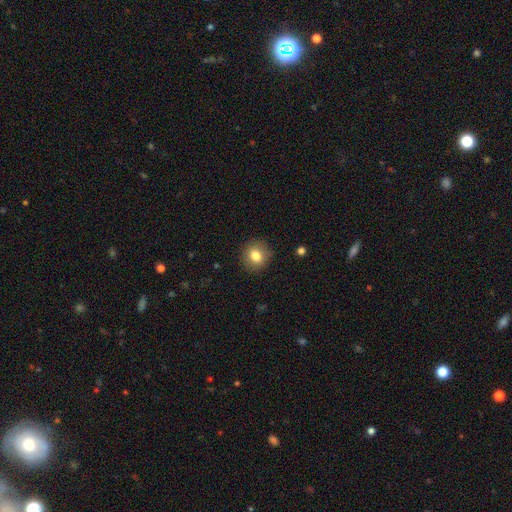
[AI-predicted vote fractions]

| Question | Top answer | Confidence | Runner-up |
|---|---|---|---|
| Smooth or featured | smooth | 80% | featured or disk (10%) |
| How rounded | round | 83% | in between (16%) |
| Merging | none | 88% | minor disturbance (9%) |